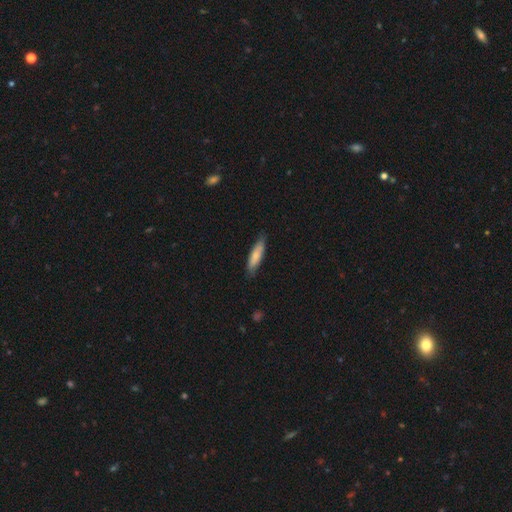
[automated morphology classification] A smooth galaxy with no disk features (77%) that is cigar-shaped (67%).

Vote fractions:
- Smooth or featured? smooth: 77% / featured or disk: 18% / star or artifact: 5%
- How rounded? cigar-shaped: 67% / in between: 31% / round: 2%
- Merging? none: 81% / minor disturbance: 16% / major disturbance: 2% / merger: 1%